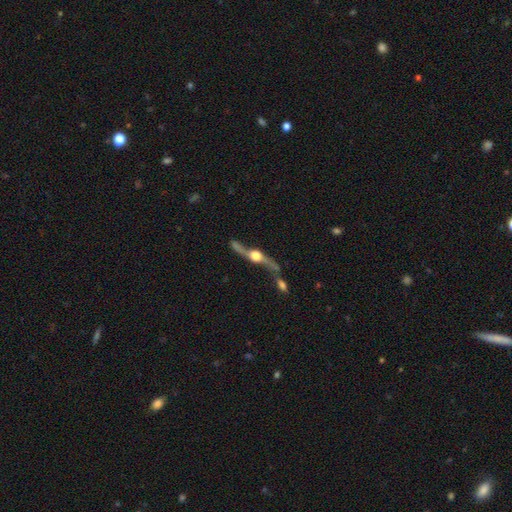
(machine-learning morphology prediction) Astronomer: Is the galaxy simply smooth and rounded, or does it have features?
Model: featured or disk — 82%.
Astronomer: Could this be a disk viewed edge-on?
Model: yes — 70%.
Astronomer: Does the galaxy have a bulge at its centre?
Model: rounded — 95%.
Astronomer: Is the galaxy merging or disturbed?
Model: none — 42% (runner-up: merger, 33%).